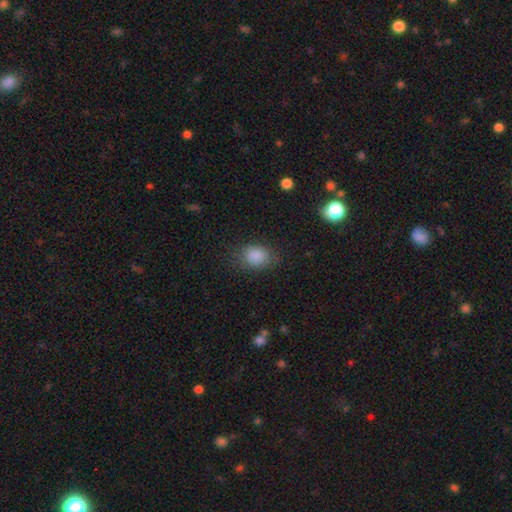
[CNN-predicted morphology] Q: Smooth or featured?
A: smooth (86%); runner-up: star or artifact (9%)
Q: How rounded?
A: in between (64%); runner-up: round (35%)
Q: Merging?
A: none (75%); runner-up: minor disturbance (17%)